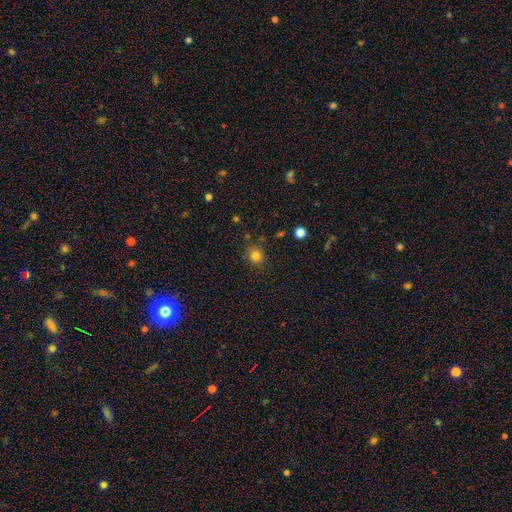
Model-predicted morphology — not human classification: smooth_or_featured: smooth (p=0.80) [alt: star or artifact p=0.14]
how_rounded: round (p=0.84) [alt: in between p=0.15]
merging: none (p=0.84) [alt: minor disturbance p=0.10]